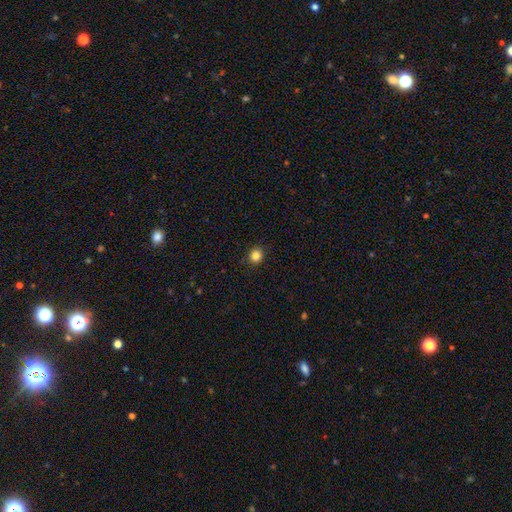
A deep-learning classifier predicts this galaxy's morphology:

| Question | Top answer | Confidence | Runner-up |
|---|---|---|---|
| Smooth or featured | smooth | 84% | star or artifact (12%) |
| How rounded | round | 86% | in between (13%) |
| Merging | none | 89% | minor disturbance (8%) |